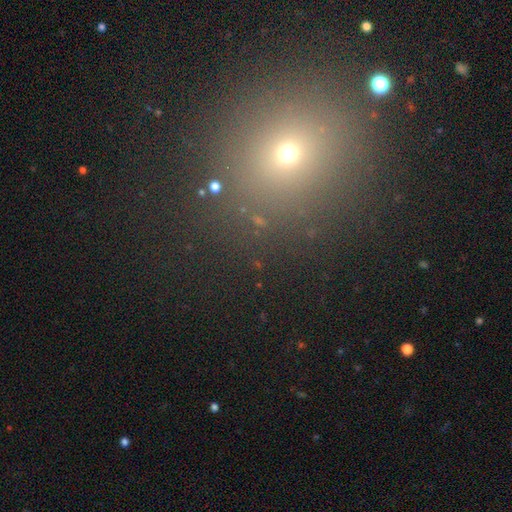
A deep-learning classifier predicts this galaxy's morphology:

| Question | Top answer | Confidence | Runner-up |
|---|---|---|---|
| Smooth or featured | smooth | 51% | star or artifact (41%) |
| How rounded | round | 80% | in between (18%) |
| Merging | none | 87% | minor disturbance (7%) |